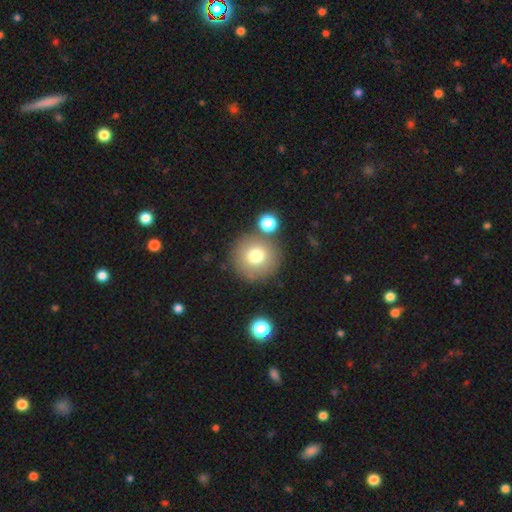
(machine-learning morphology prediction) type=smooth (74%); roundness=round (95%); merging=none (78%).